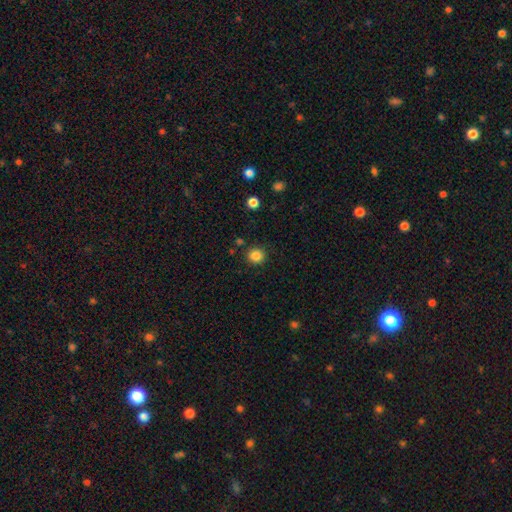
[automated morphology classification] The model was most divided on "smooth or featured": smooth: 85%, star or artifact: 11%, featured or disk: 4%. More confident: how rounded — round (90%); merging — none (88%).